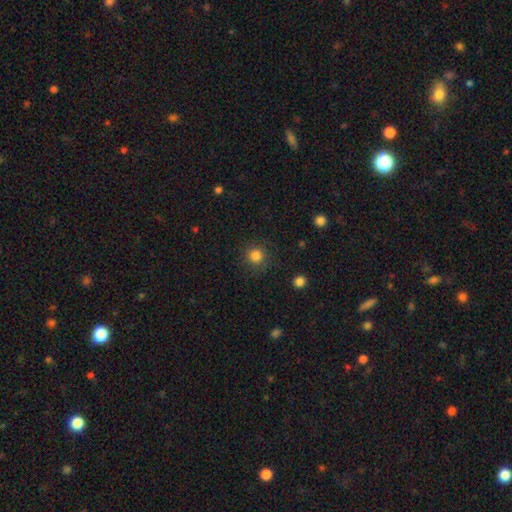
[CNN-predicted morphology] This appears to be a smooth galaxy with no disk features (83%) that is round (94%). Merging: none (87%).